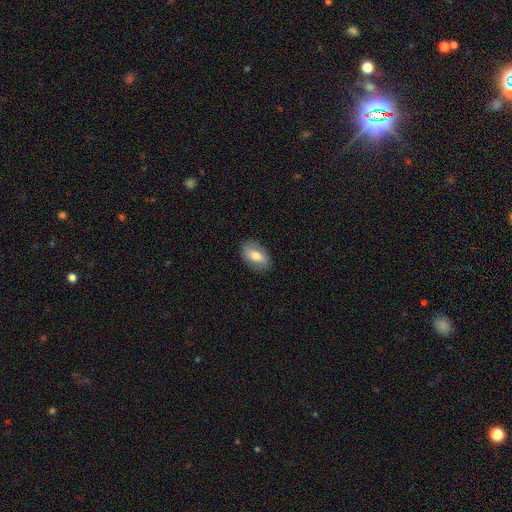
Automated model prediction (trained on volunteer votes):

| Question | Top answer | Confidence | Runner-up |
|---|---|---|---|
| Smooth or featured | smooth | 70% | featured or disk (23%) |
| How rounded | in between | 91% | round (6%) |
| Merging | none | 85% | minor disturbance (11%) |